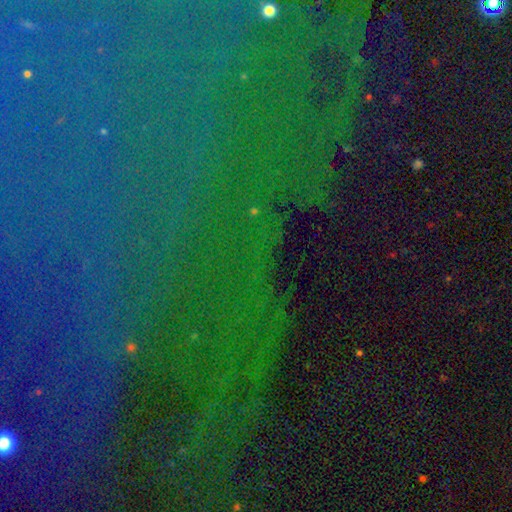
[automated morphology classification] type=star or artifact (83%).